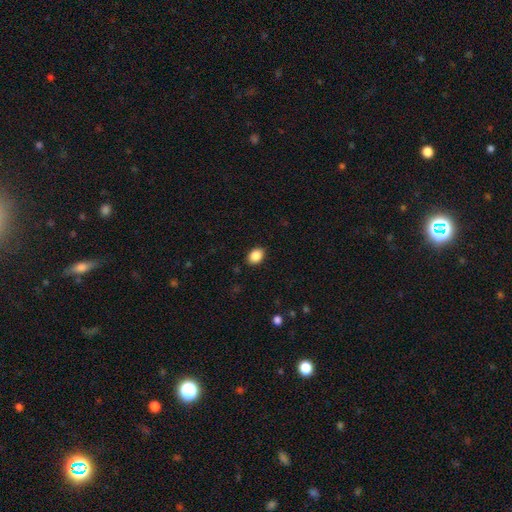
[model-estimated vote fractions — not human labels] This appears to be a smooth galaxy with no disk features (88%) that is in between round and cigar-shaped (72%). Merging: none (89%).